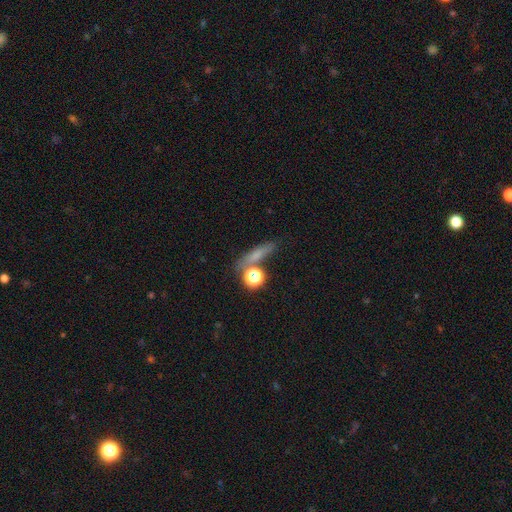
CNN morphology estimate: smooth 61%, star or artifact 21%, featured or disk 18%. Down the decision tree: how rounded — cigar-shaped (54%); merging — none (65%).